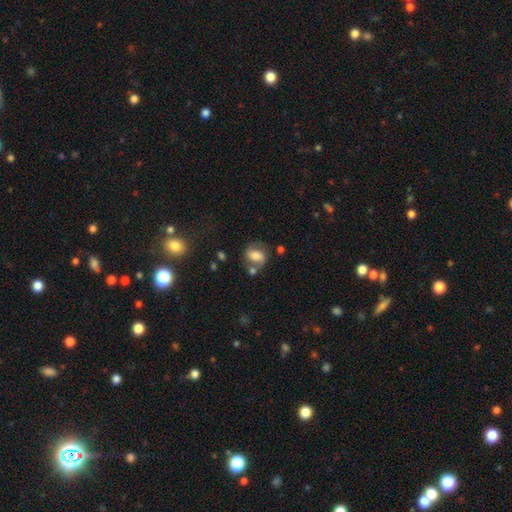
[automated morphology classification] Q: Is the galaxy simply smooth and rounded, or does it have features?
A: smooth — 51%.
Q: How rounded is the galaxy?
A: in between — 61%.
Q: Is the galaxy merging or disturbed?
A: none — 54%.